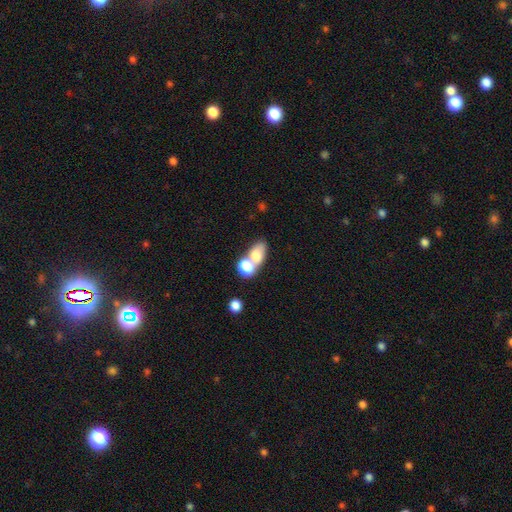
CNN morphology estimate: Smooth or featured? smooth (72%)
How rounded? in between (75%)
Merging? merger (54%)